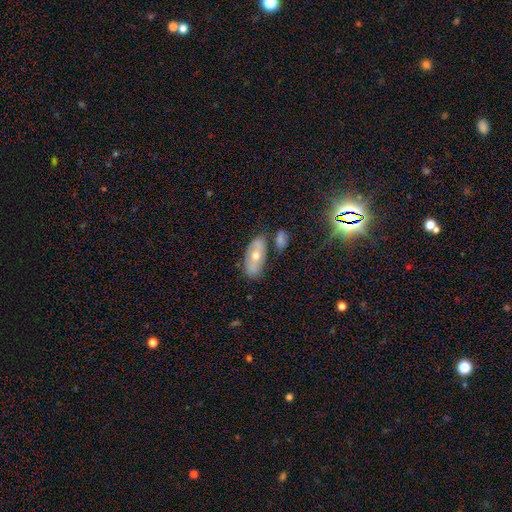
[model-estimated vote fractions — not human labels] Smooth or featured? Predicted: featured or disk (p=0.48). Merging? Predicted: none (p=0.71).